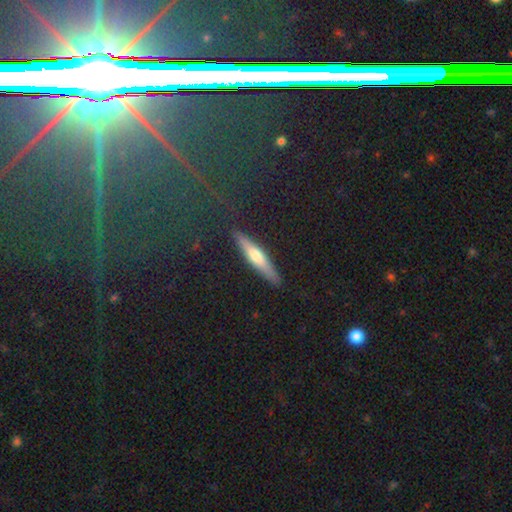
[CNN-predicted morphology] Smooth or featured? Predicted: smooth (p=0.51). How rounded? Predicted: cigar-shaped (p=0.88). Merging? Predicted: none (p=0.90).